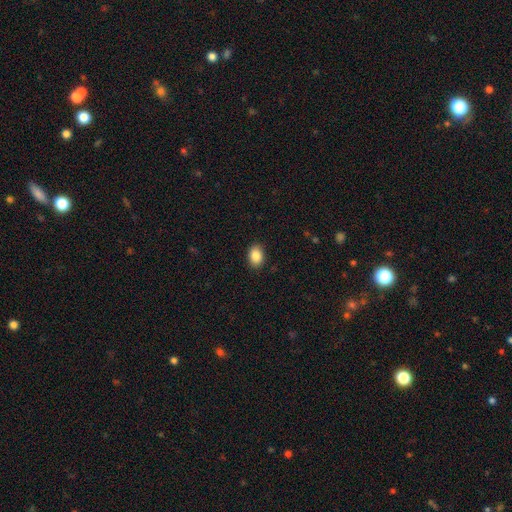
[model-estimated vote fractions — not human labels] Smooth or featured?
  - smooth: 88% *
  - star or artifact: 8%
  - featured or disk: 4%
How rounded?
  - in between: 75% *
  - round: 24%
  - cigar-shaped: 1%
Merging?
  - none: 90% *
  - minor disturbance: 8%
  - major disturbance: 2%
  - merger: 1%